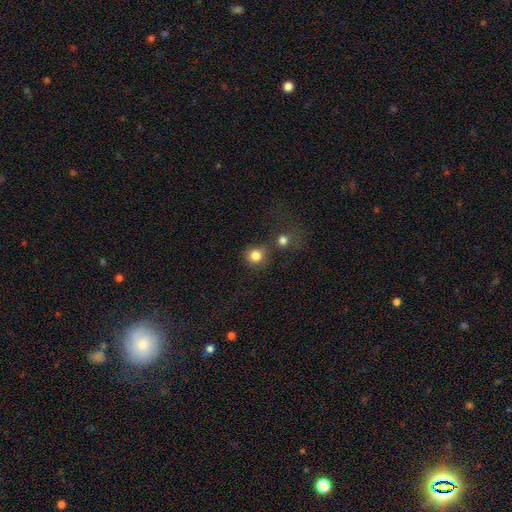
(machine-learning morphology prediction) smooth_or_featured: smooth (p=0.82) [alt: star or artifact p=0.12]
how_rounded: round (p=0.88) [alt: in between p=0.11]
merging: none (p=0.59) [alt: merger p=0.23]